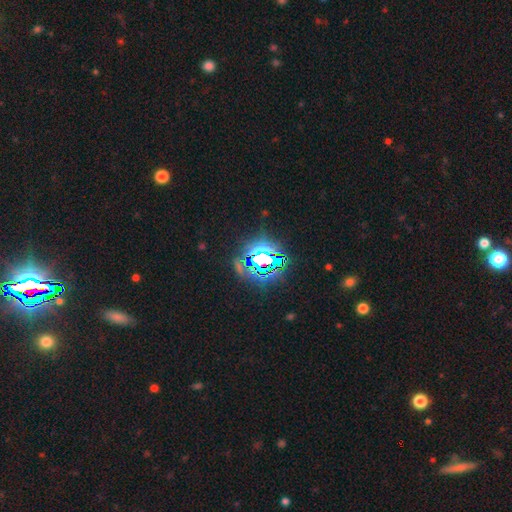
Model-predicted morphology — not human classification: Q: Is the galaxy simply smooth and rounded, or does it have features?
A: star or artifact — 76%.